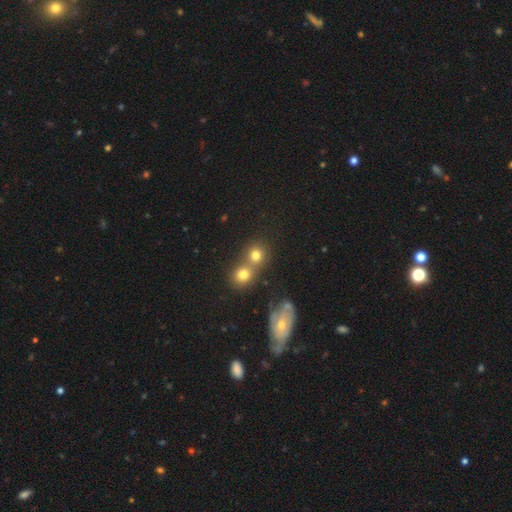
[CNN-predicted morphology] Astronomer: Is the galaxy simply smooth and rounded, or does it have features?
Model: smooth — 72%.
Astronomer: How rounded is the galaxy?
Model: round — 82%.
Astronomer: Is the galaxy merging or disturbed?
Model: merger — 46% (runner-up: none, 44%).